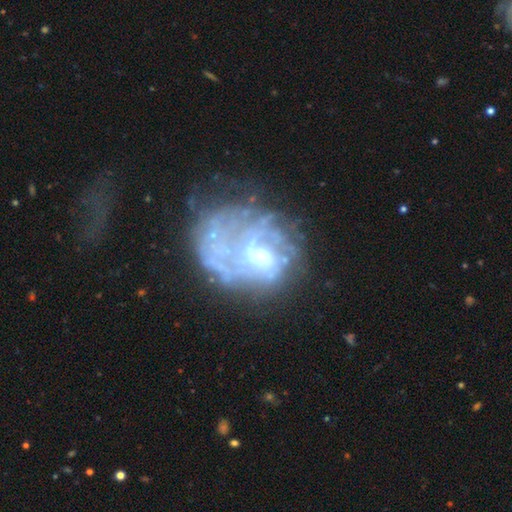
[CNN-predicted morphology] Smooth or featured?
  - featured or disk: 73% *
  - smooth: 16%
  - star or artifact: 11%
Edge-on disk?
  - no: 98% *
  - yes: 2%
Bar?
  - no: 64% *
  - weak: 29%
  - strong: 6%
Spiral arms?
  - yes: 51% *
  - no: 49%
Bulge size?
  - small: 40% *
  - moderate: 35%
  - none: 20%
  - large: 4%
  - dominant: 1%
Merging?
  - none: 39% *
  - major disturbance: 32%
  - minor disturbance: 20%
  - merger: 9%